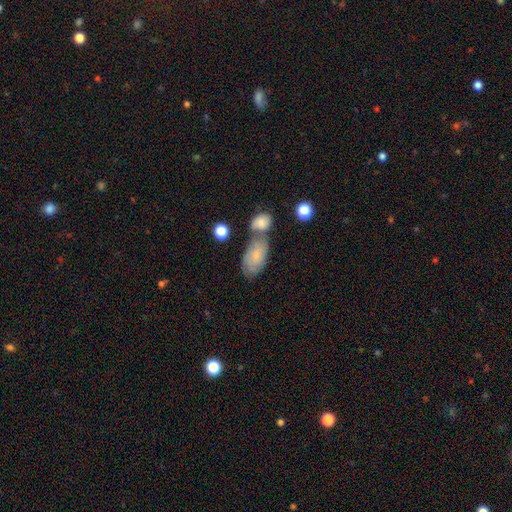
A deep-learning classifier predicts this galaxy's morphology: smooth-or-featured: smooth: 62% | featured or disk: 31% | star or artifact: 7%
  how-rounded: in between: 91% | round: 7% | cigar-shaped: 3%
  merging: none: 40% | merger: 37% | minor disturbance: 16% | major disturbance: 6%